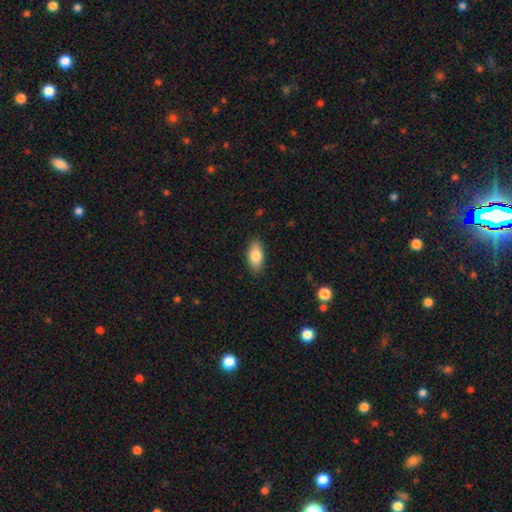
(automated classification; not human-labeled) This appears to be a smooth galaxy with no disk features (81%) that is in between round and cigar-shaped (88%). Merging: none (88%).